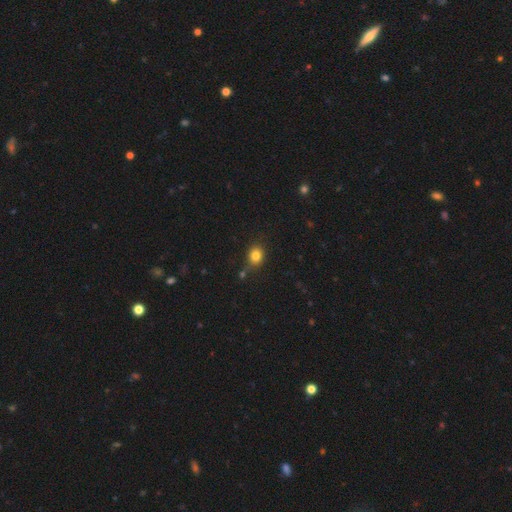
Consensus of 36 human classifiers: Smooth or featured? smooth (89%)
How rounded? round (72%)
Merging? none (86%)